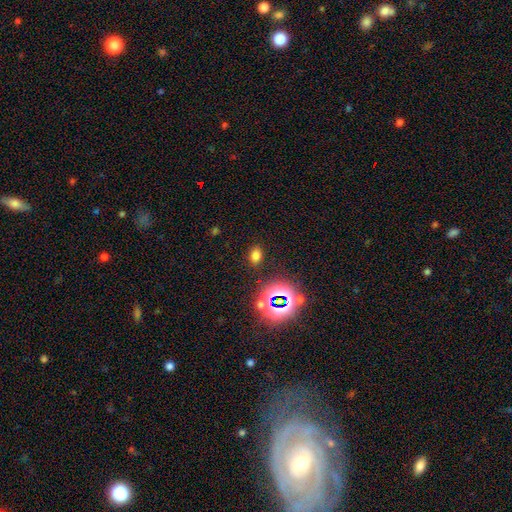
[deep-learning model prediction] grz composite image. It shows a smooth galaxy with no disk features (68%) that is in between round and cigar-shaped (72%). Merging: none (85%).